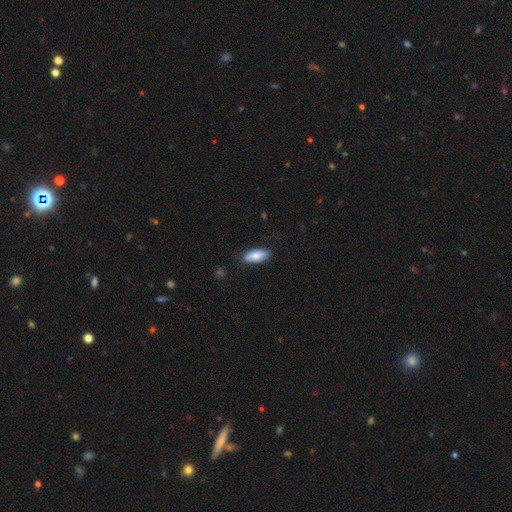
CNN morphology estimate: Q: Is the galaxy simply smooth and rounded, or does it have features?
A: smooth — 84%.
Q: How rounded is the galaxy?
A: in between — 84%.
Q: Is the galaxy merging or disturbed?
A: none — 85%.